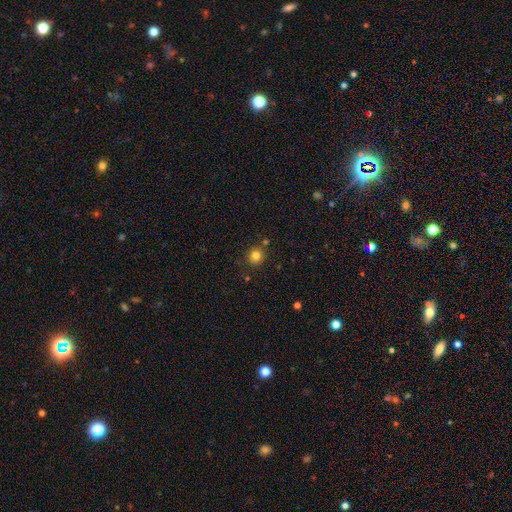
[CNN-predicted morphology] type=smooth (81%); roundness=round (91%); merging=none (84%).